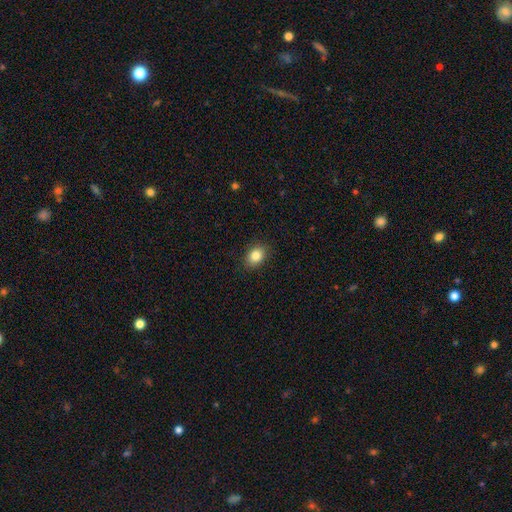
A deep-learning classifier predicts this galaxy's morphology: Smooth or featured?
  - smooth: 85% *
  - star or artifact: 9%
  - featured or disk: 6%
How rounded?
  - in between: 69% *
  - round: 30%
  - cigar-shaped: 1%
Merging?
  - none: 88% *
  - minor disturbance: 9%
  - major disturbance: 2%
  - merger: 1%